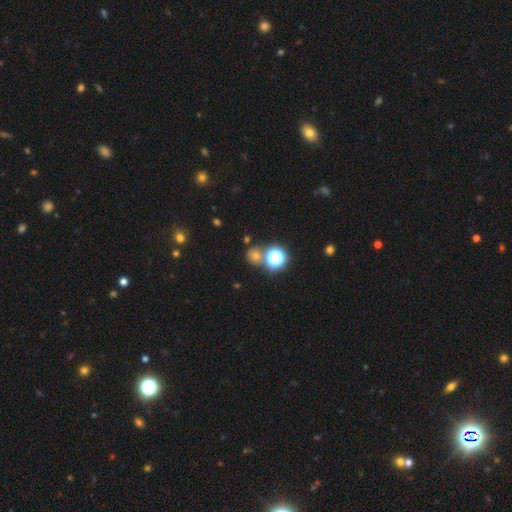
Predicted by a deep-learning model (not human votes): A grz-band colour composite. It shows a smooth galaxy with no disk features (53%) that is round (87%). Merging: none (72%).